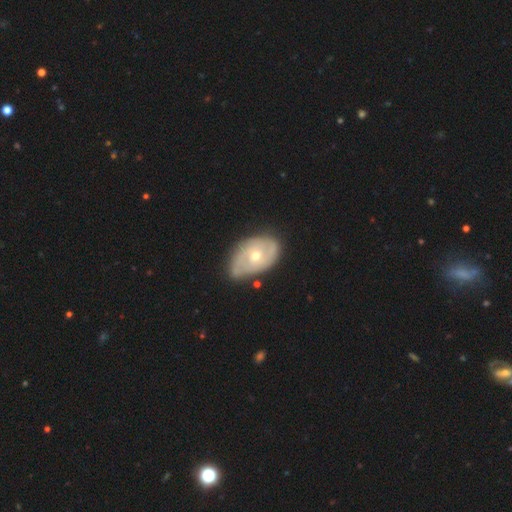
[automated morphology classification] Smooth or featured? featured or disk (67%)
Edge-on disk? no (95%)
Bar? no (71%)
Spiral arms? yes (72%)
Bulge size? moderate (61%)
Merging? none (61%)